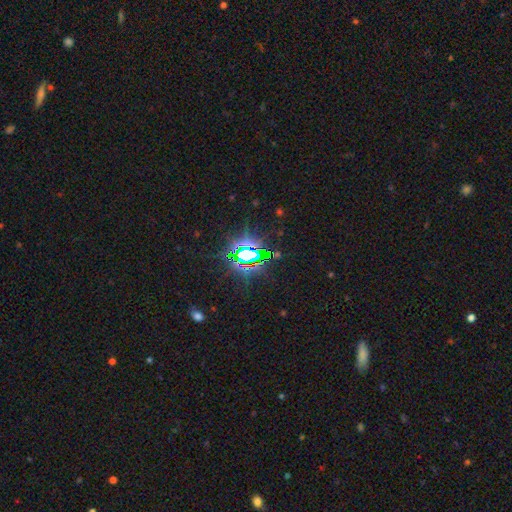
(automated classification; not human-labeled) The model was most divided on "smooth or featured": star or artifact: 80%, smooth: 11%, featured or disk: 9%.